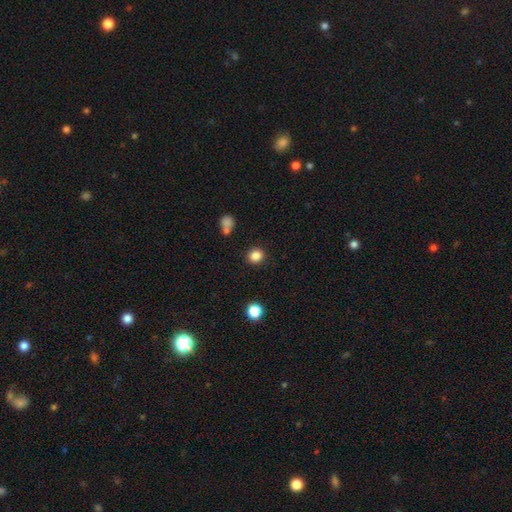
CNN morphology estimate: Overall: smooth (85%). How rounded: round (82%). Merging: none (88%).